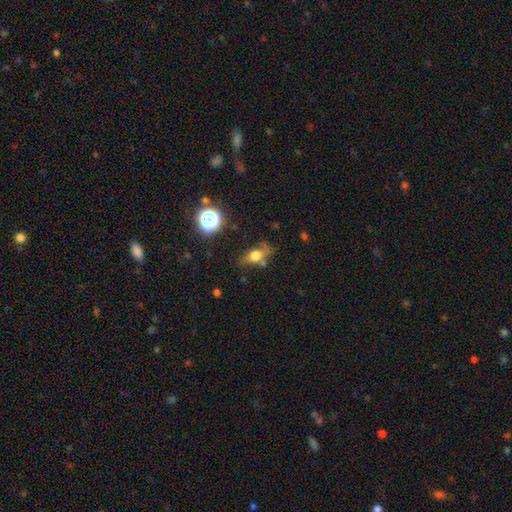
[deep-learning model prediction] This appears to be a smooth galaxy with no disk features (63%) that is in between round and cigar-shaped (67%). Merging: none (55%).